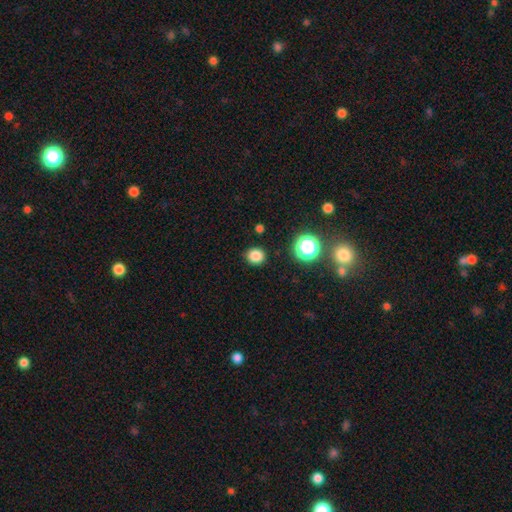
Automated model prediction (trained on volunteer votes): smooth 83%, star or artifact 13%, featured or disk 4%. Down the decision tree: how rounded — round (84%); merging — none (89%).